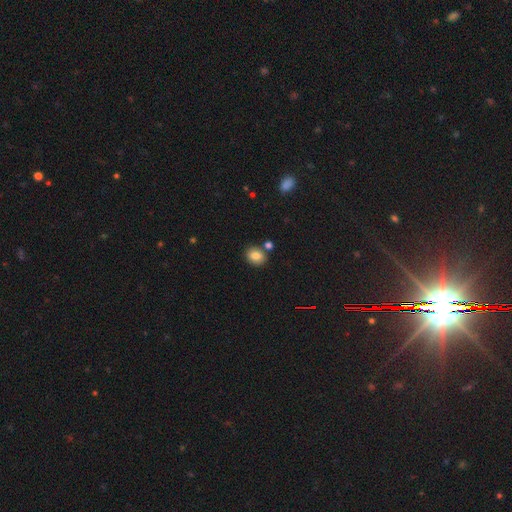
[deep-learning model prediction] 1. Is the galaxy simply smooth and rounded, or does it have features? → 82% smooth, 10% star or artifact, 7% featured or disk.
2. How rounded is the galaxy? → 64% round, 35% in between, 1% cigar-shaped.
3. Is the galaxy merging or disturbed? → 76% none, 12% merger, 10% minor disturbance, 3% major disturbance.